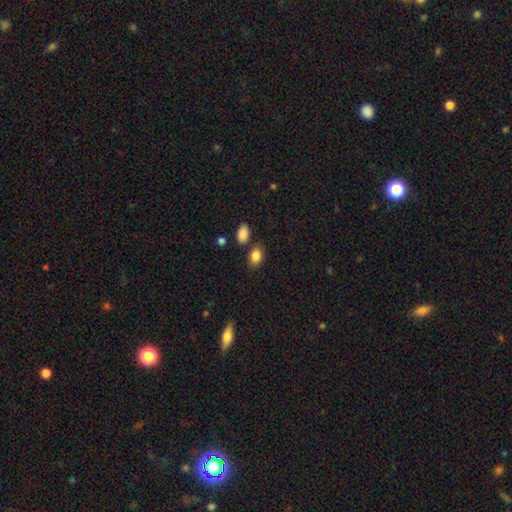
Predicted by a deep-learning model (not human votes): Q: Smooth or featured?
A: smooth (86%); runner-up: star or artifact (8%)
Q: How rounded?
A: in between (81%); runner-up: round (18%)
Q: Merging?
A: none (74%); runner-up: minor disturbance (13%)